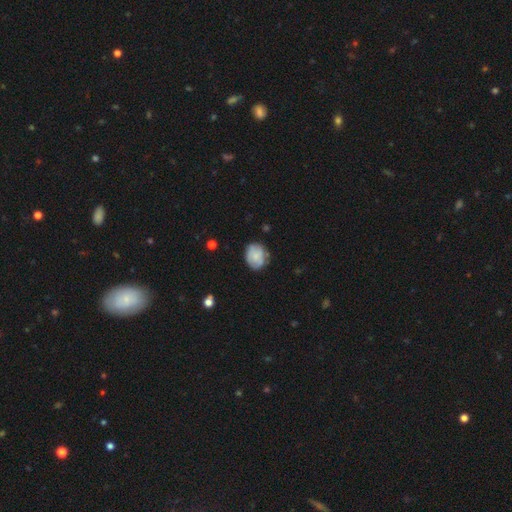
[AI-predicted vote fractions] smooth_or_featured: smooth (p=0.67) [alt: featured or disk p=0.25]
how_rounded: round (p=0.58) [alt: in between p=0.41]
merging: none (p=0.69) [alt: minor disturbance p=0.23]